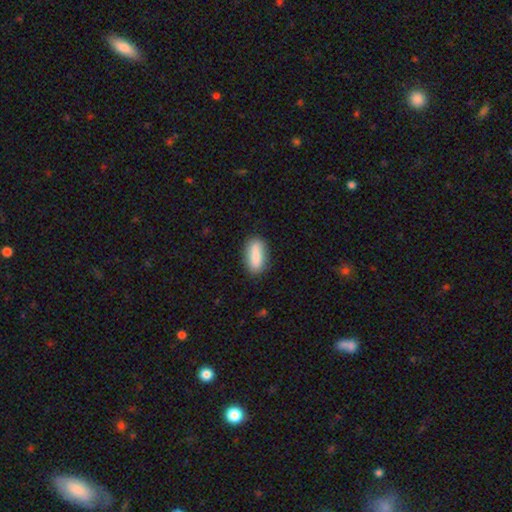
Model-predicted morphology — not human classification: This appears to be a smooth galaxy with no disk features (84%) that is in between round and cigar-shaped (78%). Merging: none (83%).